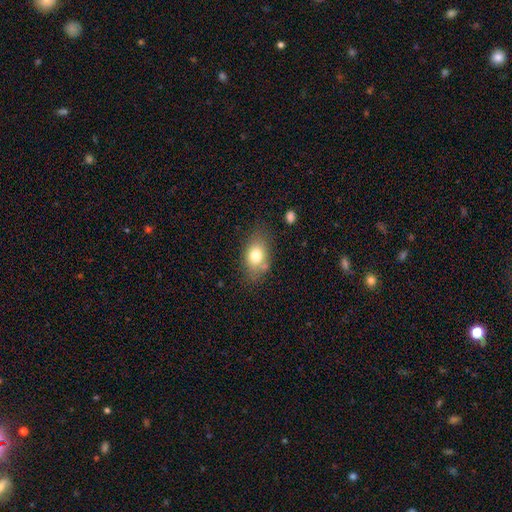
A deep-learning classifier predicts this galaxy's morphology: The model was most divided on "merging": none: 70%, minor disturbance: 19%, major disturbance: 6%, merger: 5%. More confident: how rounded — in between (80%); smooth or featured — smooth (74%).